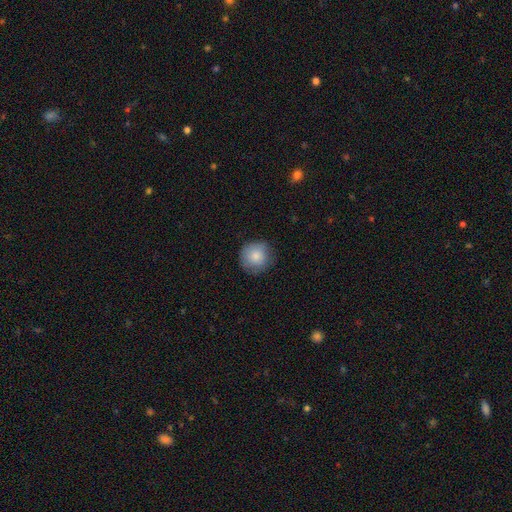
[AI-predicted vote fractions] Smooth or featured?
  - smooth: 83% *
  - featured or disk: 9%
  - star or artifact: 7%
How rounded?
  - round: 94% *
  - in between: 5%
  - cigar-shaped: 1%
Merging?
  - none: 80% *
  - minor disturbance: 16%
  - major disturbance: 3%
  - merger: 1%